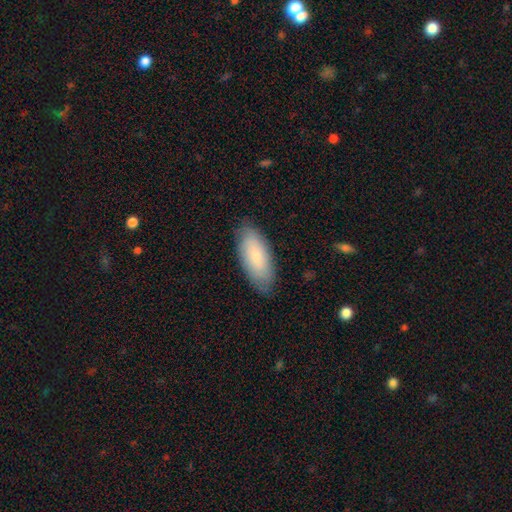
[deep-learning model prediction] Overall: smooth (74%). How rounded: in between (84%). Merging: none (82%).